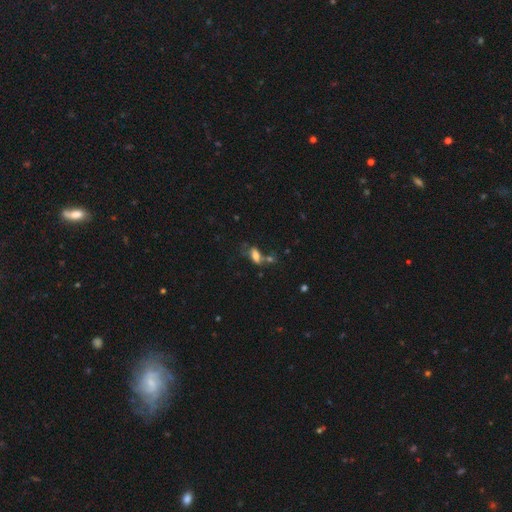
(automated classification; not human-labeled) A smooth galaxy with no disk features (67%) that is in between round and cigar-shaped (81%). Merging: none (38%).